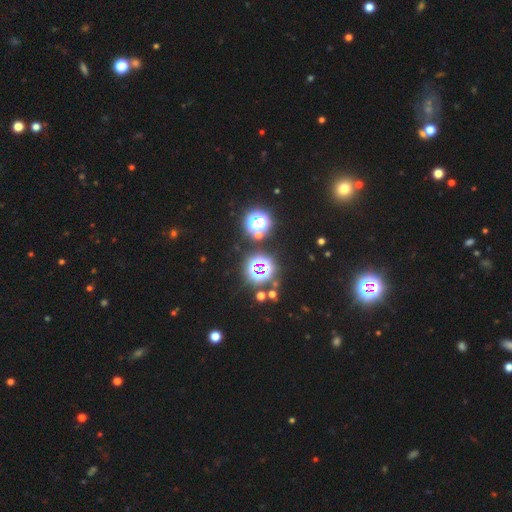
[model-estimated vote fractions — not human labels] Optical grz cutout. It shows a star or artifact, not a galaxy (78%).